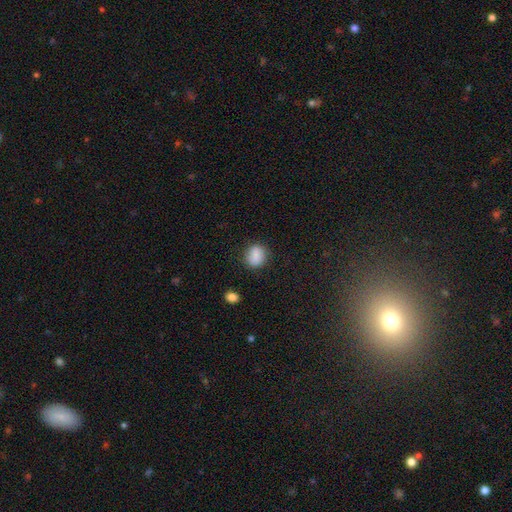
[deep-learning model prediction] Smooth or featured? smooth (86%)
How rounded? round (60%)
Merging? none (82%)